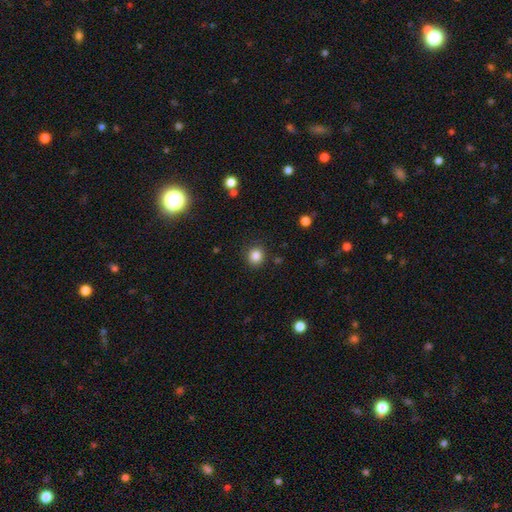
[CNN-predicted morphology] Q: Smooth or featured?
A: smooth (84%); runner-up: star or artifact (11%)
Q: How rounded?
A: round (87%); runner-up: in between (12%)
Q: Merging?
A: none (88%); runner-up: minor disturbance (7%)